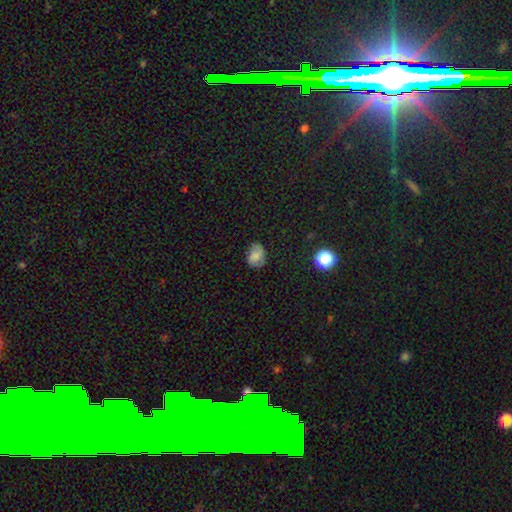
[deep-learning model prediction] smooth_or_featured: smooth (p=0.77) [alt: featured or disk p=0.12]
how_rounded: in between (p=0.64) [alt: round p=0.35]
merging: none (p=0.71) [alt: minor disturbance p=0.22]